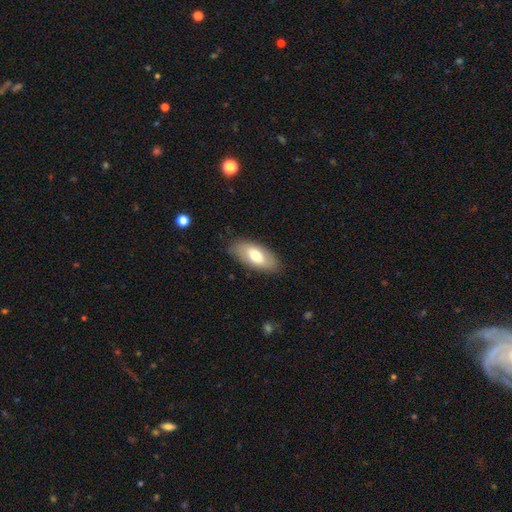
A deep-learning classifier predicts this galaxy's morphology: The model was most divided on "smooth or featured": smooth: 65%, featured or disk: 29%, star or artifact: 6%. More confident: how rounded — in between (90%); merging — none (83%).